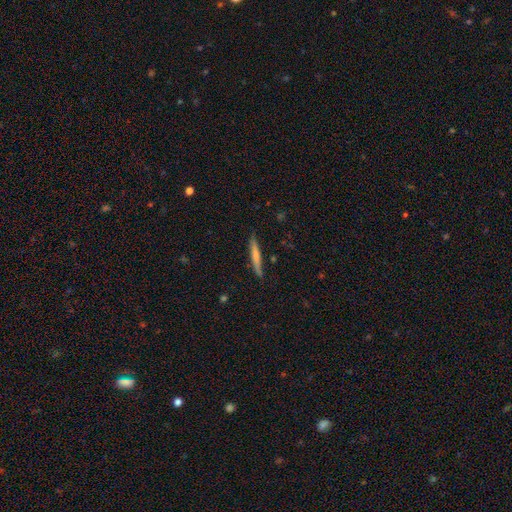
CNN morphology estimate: The model was most divided on "smooth or featured": smooth: 60%, featured or disk: 34%, star or artifact: 6%. More confident: how rounded — cigar-shaped (95%); merging — none (86%).